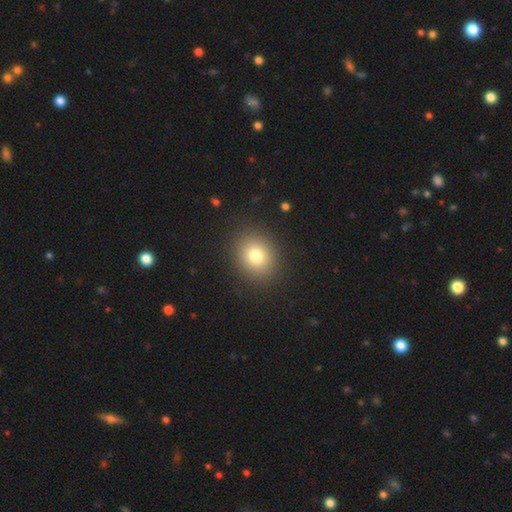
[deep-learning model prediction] Q: Smooth or featured?
A: smooth (78%); runner-up: star or artifact (13%)
Q: How rounded?
A: round (69%); runner-up: in between (30%)
Q: Merging?
A: none (89%); runner-up: minor disturbance (7%)